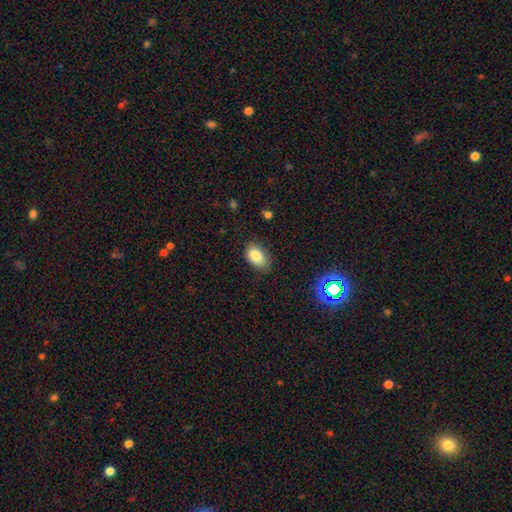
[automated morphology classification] Overall: smooth (84%). How rounded: in between (88%). Merging: none (77%).